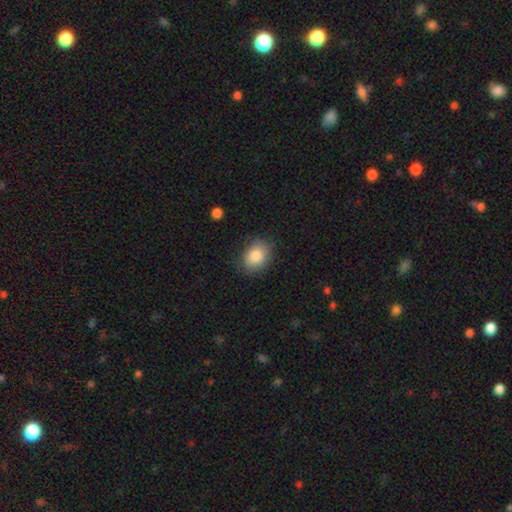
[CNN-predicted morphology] This appears to be a smooth galaxy with no disk features (85%) that is in between round and cigar-shaped (59%). Merging: none (80%).